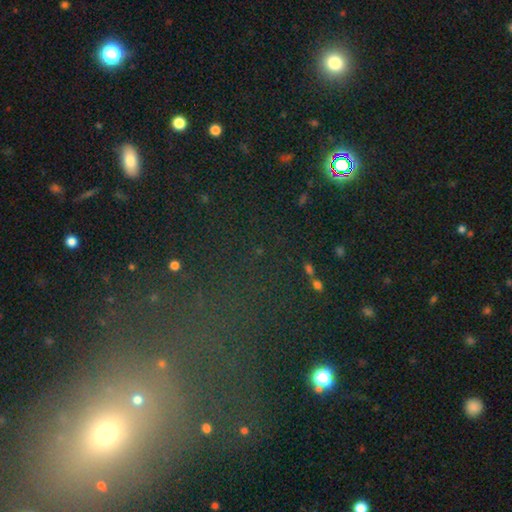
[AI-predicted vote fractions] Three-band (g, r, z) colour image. It shows a star or artifact, not a galaxy (58%).